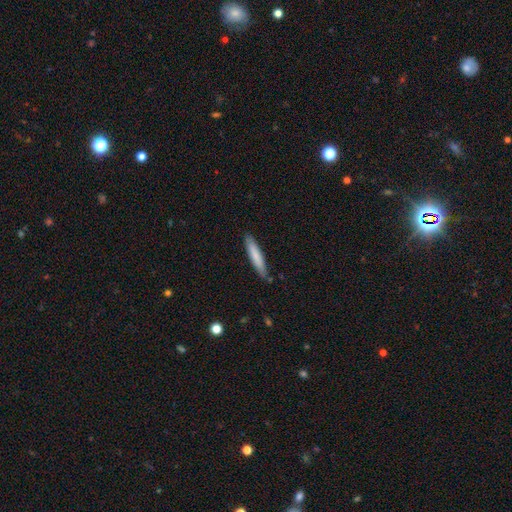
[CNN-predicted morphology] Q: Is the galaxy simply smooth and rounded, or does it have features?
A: smooth — 77%.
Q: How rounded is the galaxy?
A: cigar-shaped — 89%.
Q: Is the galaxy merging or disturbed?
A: none — 83%.